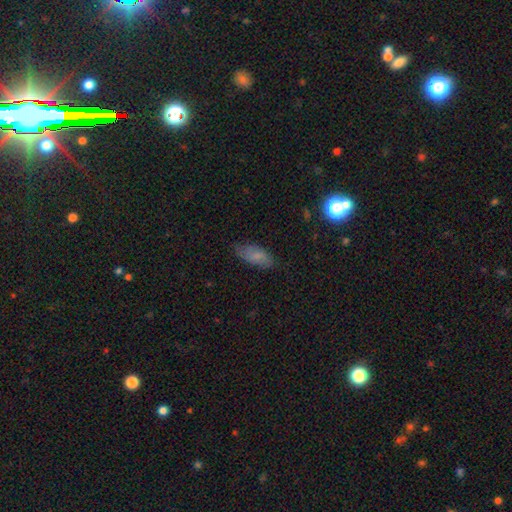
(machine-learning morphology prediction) Smooth or featured? Predicted: smooth (p=0.74). How rounded? Predicted: in between (p=0.86). Merging? Predicted: none (p=0.73).